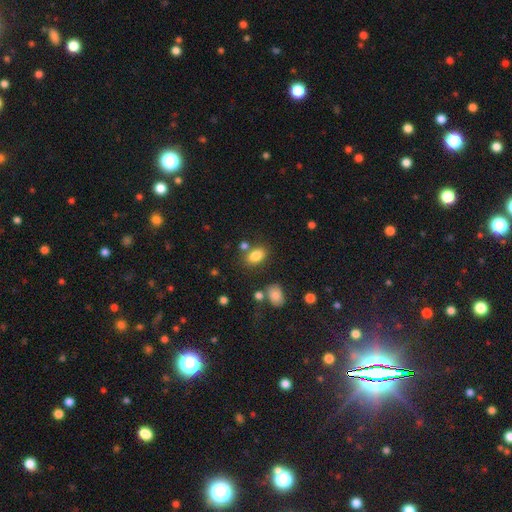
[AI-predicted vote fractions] This appears to be a smooth galaxy with no disk features (83%) that is in between round and cigar-shaped (84%). Merging: none (70%).